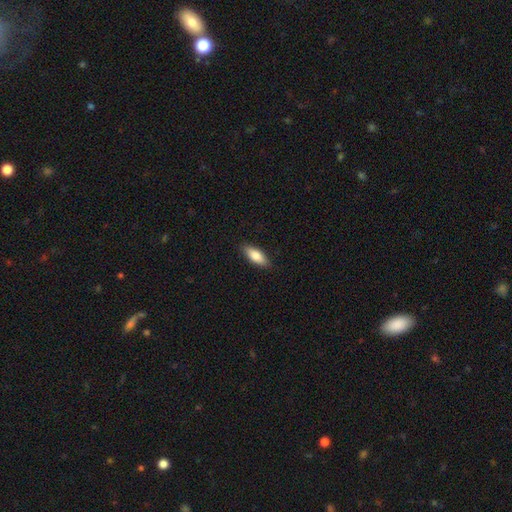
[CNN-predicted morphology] A smooth galaxy with no disk features (78%) that is in between round and cigar-shaped (72%).

Vote fractions:
- Smooth or featured? smooth: 78% / featured or disk: 16% / star or artifact: 6%
- How rounded? in between: 72% / cigar-shaped: 26% / round: 2%
- Merging? none: 88% / minor disturbance: 10% / major disturbance: 2% / merger: 1%